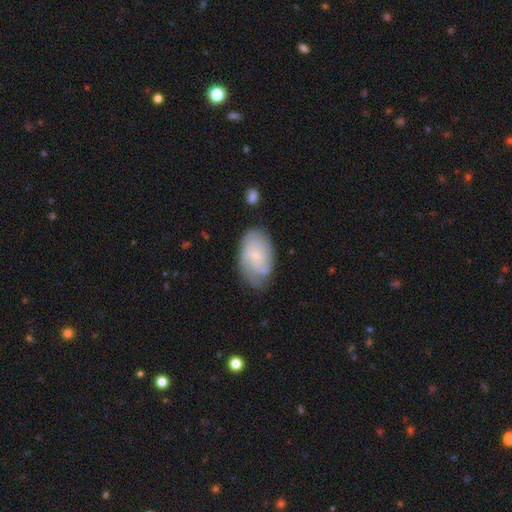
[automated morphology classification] type=featured or disk (59%); edge-on=no (96%); bar=no (65%); spiral arms=yes (88%); bulge=small (67%); merging=none (67%).